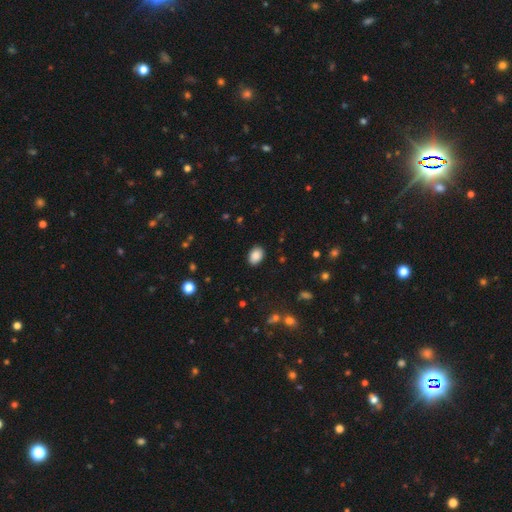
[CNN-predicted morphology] Overall: smooth (88%). How rounded: in between (80%). Merging: none (89%).